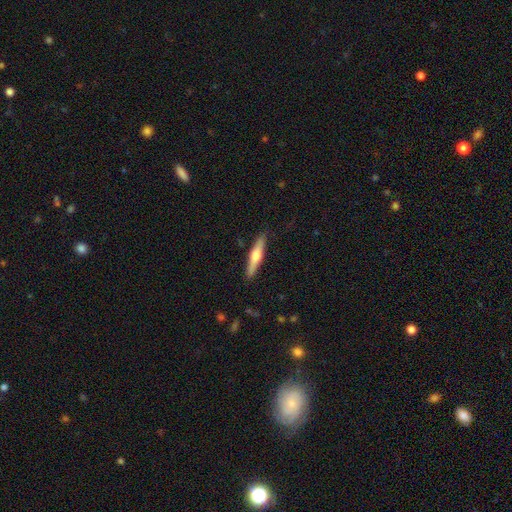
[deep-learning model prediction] Smooth or featured: featured or disk — 57% (smooth — 38%)
Edge-on disk: yes — 96% (no — 4%)
Edge-on bulge: rounded — 91% (boxy — 5%)
Merging: none — 89% (minor disturbance — 8%)